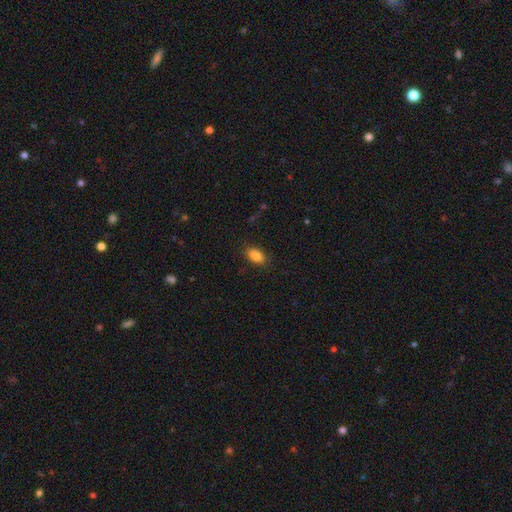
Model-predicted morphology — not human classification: The model was most divided on "merging": none: 86%, minor disturbance: 10%, major disturbance: 3%, merger: 1%. More confident: how rounded — in between (90%); smooth or featured — smooth (87%).